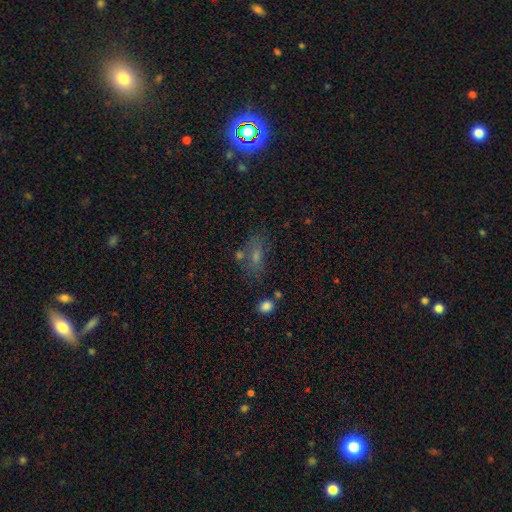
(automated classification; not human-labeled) The model was most divided on "smooth or featured": smooth: 51%, star or artifact: 27%, featured or disk: 22%. More confident: how rounded — in between (75%); merging — none (60%).